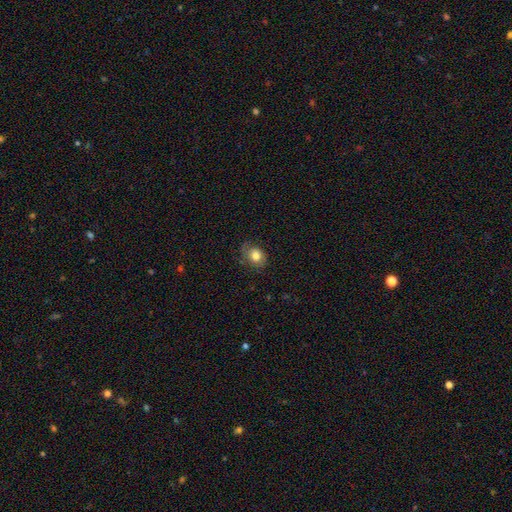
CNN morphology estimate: The model was most divided on "how rounded": in between: 51%, round: 48%, cigar-shaped: 1%. More confident: smooth or featured — smooth (77%); merging — none (69%).